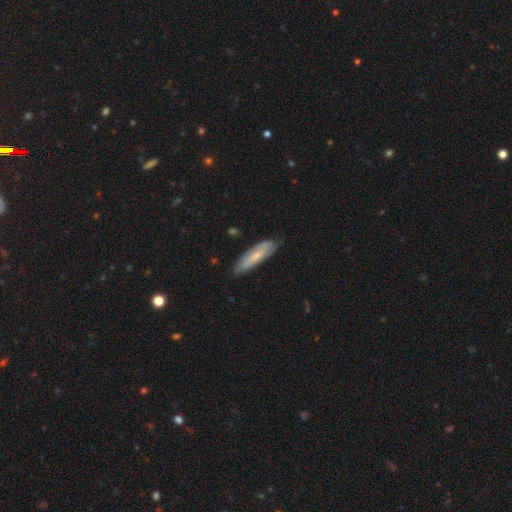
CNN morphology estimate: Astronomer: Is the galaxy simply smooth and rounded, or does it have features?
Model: smooth — 59% (runner-up: featured or disk, 35%).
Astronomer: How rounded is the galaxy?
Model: cigar-shaped — 61% (runner-up: in between, 37%).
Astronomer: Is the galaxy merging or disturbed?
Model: none — 78%.